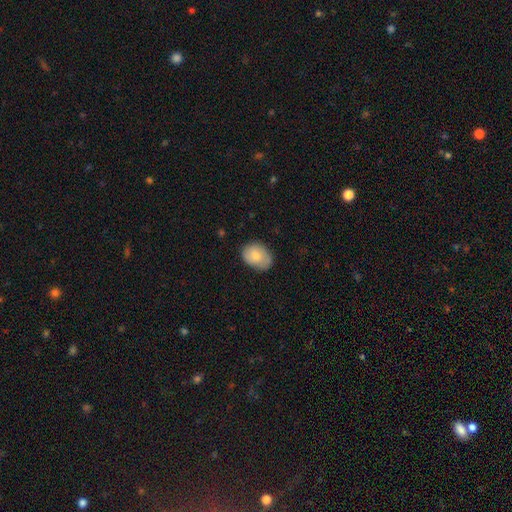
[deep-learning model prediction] The model was most divided on "how rounded": in between: 73%, round: 26%, cigar-shaped: 1%. More confident: smooth or featured — smooth (77%); merging — none (70%).